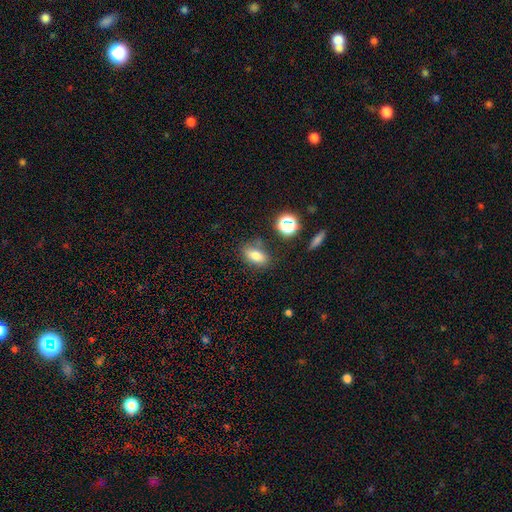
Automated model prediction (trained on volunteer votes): Smooth or featured?
  - smooth: 75% *
  - star or artifact: 13%
  - featured or disk: 12%
How rounded?
  - in between: 81% *
  - round: 11%
  - cigar-shaped: 9%
Merging?
  - none: 73% *
  - minor disturbance: 16%
  - merger: 6%
  - major disturbance: 5%